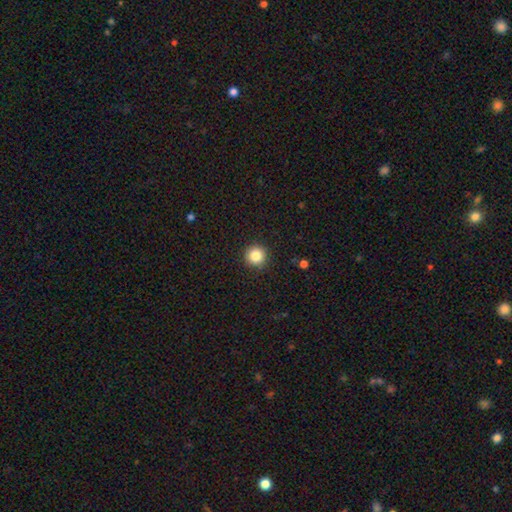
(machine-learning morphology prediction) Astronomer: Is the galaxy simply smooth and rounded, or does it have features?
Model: smooth — 85%.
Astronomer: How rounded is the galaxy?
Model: round — 95%.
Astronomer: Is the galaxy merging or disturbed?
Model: none — 92%.